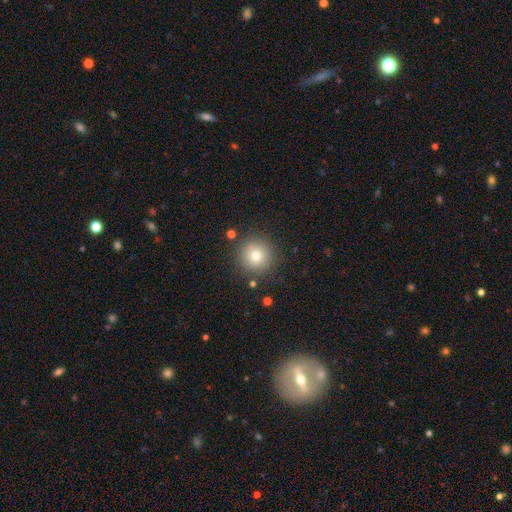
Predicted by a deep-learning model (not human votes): Smooth or featured? Predicted: smooth (p=0.76). How rounded? Predicted: round (p=0.96). Merging? Predicted: none (p=0.87).